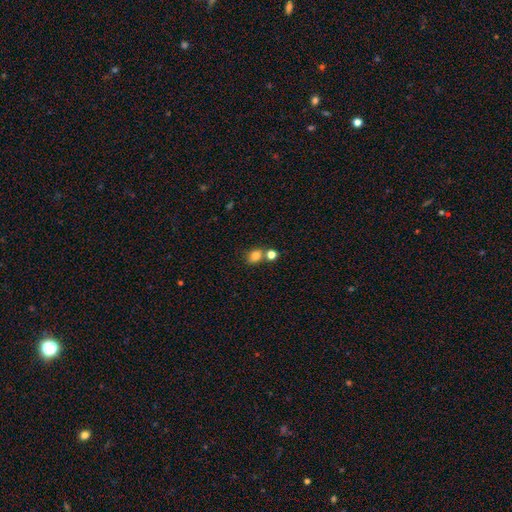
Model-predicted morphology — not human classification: Smooth or featured? Predicted: smooth (p=0.81). How rounded? Predicted: round (p=0.53). Merging? Predicted: none (p=0.58).